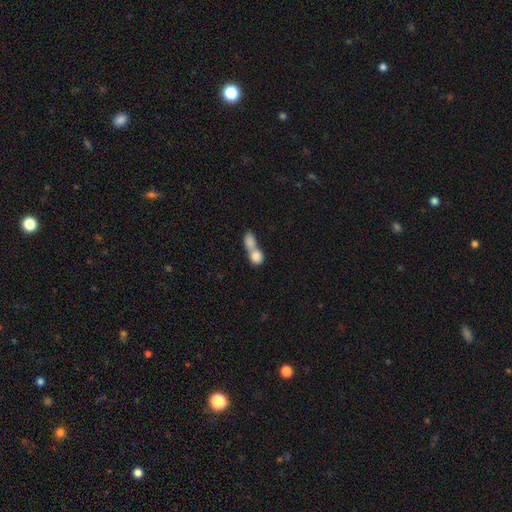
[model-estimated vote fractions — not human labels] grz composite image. It shows a smooth galaxy with no disk features (82%) that is in between round and cigar-shaped (53%). Merging: merger (76%).